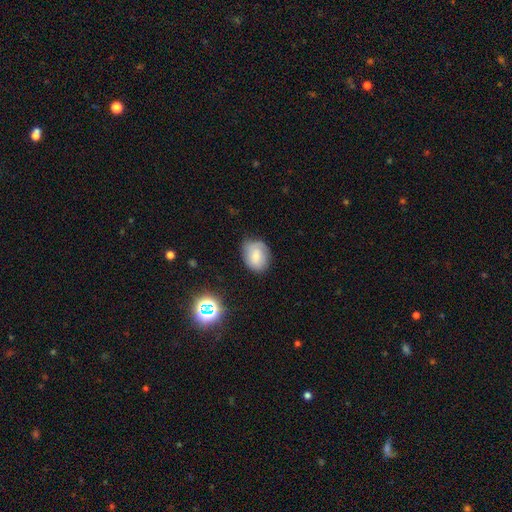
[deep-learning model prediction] smooth_or_featured: smooth (p=0.68) [alt: featured or disk p=0.21]
how_rounded: in between (p=0.58) [alt: round p=0.41]
merging: none (p=0.67) [alt: minor disturbance p=0.26]